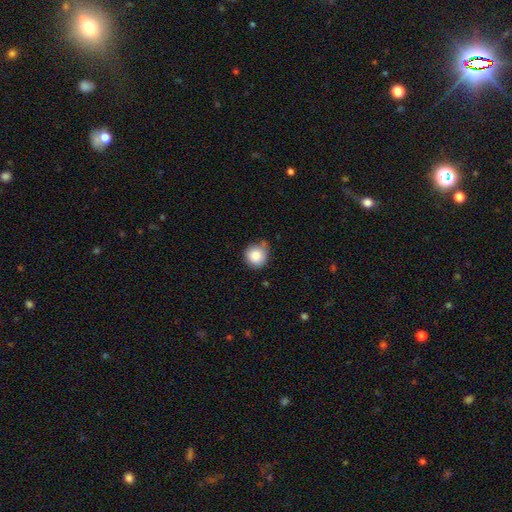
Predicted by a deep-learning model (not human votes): smooth_or_featured: smooth (p=0.86) [alt: star or artifact p=0.09]
how_rounded: round (p=0.92) [alt: in between p=0.07]
merging: none (p=0.65) [alt: minor disturbance p=0.25]